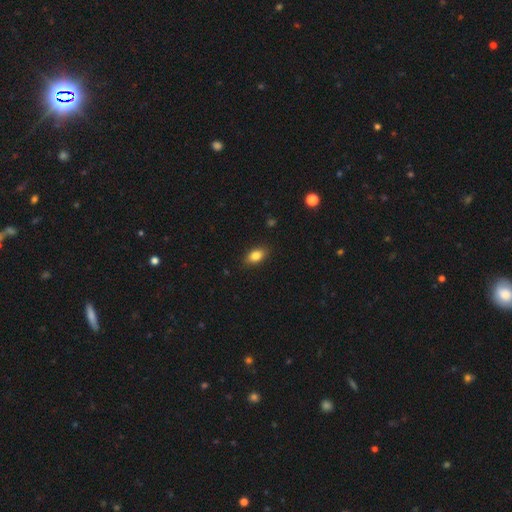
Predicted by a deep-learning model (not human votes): Morphology: type=smooth (84%); roundness=in between (86%); merging=none (86%).